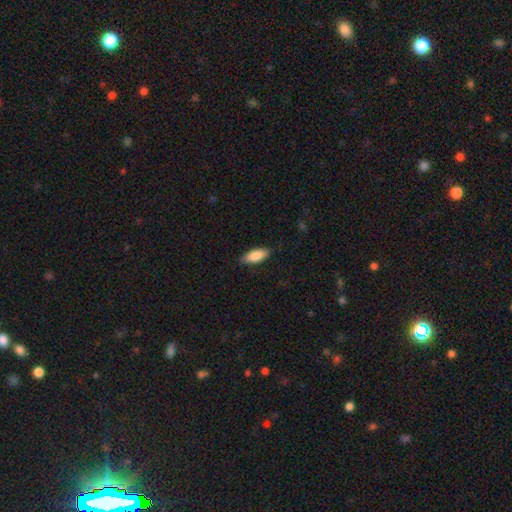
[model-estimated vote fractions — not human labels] Smooth or featured: smooth — 86% (featured or disk — 8%)
How rounded: in between — 81% (cigar-shaped — 17%)
Merging: none — 85% (minor disturbance — 11%)